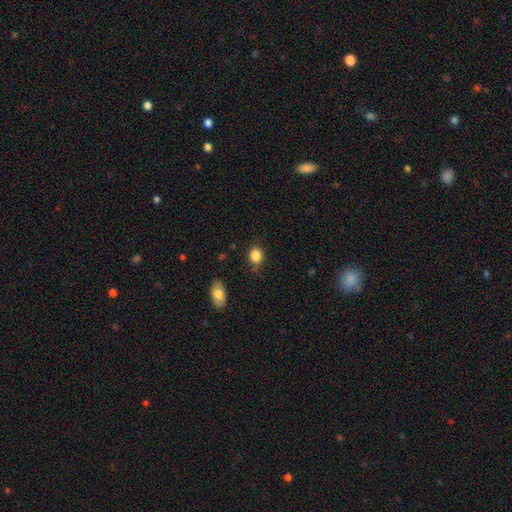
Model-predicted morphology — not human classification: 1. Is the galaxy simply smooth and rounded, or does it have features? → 86% smooth, 9% star or artifact, 5% featured or disk.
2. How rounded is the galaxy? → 50% round, 49% in between, 1% cigar-shaped.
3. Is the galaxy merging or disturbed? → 76% none, 17% minor disturbance, 4% major disturbance, 3% merger.